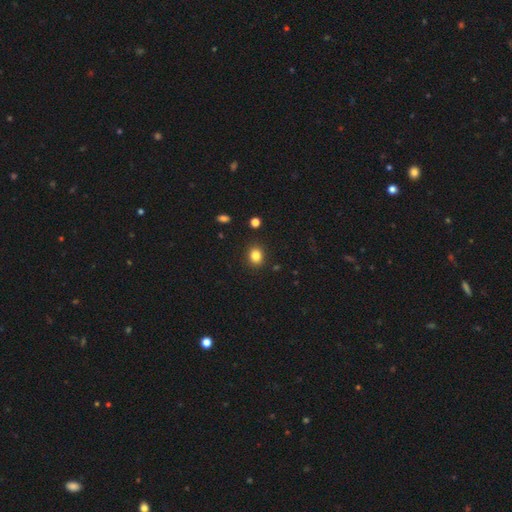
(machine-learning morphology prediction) This appears to be a smooth galaxy with no disk features (84%) that is round (60%). Merging: none (89%).